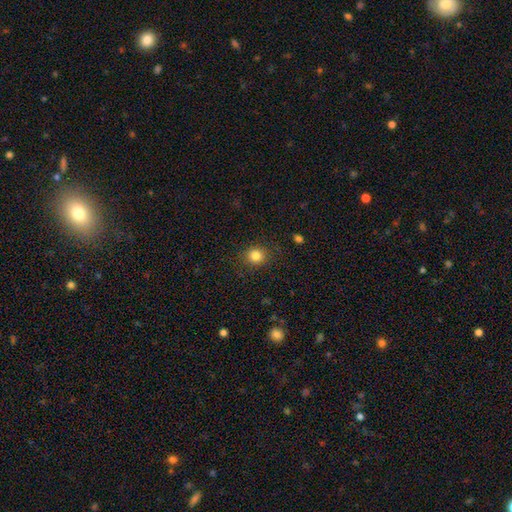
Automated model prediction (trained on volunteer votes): Smooth or featured: smooth — 83% (star or artifact — 12%)
How rounded: round — 85% (in between — 14%)
Merging: none — 88% (minor disturbance — 8%)